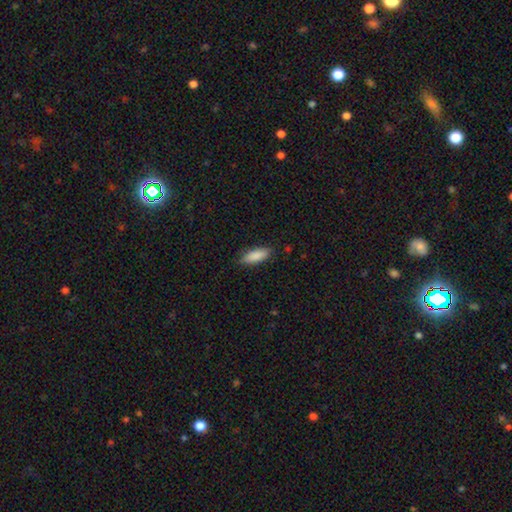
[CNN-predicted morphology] Smooth or featured: smooth — 88% (featured or disk — 6%)
How rounded: in between — 64% (cigar-shaped — 35%)
Merging: none — 86% (minor disturbance — 11%)